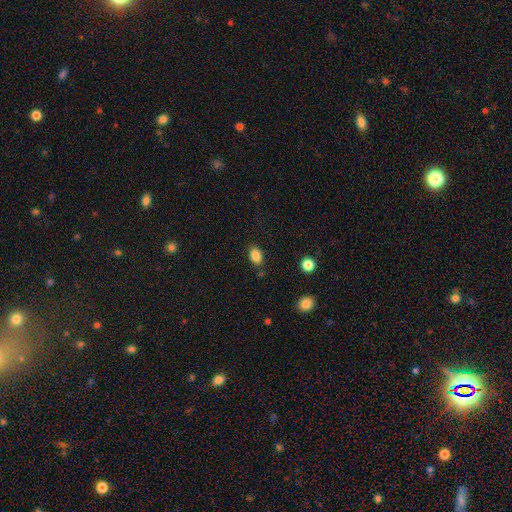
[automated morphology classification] The model was most divided on "how rounded": in between: 80%, round: 19%, cigar-shaped: 1%. More confident: smooth or featured — smooth (86%); merging — none (80%).